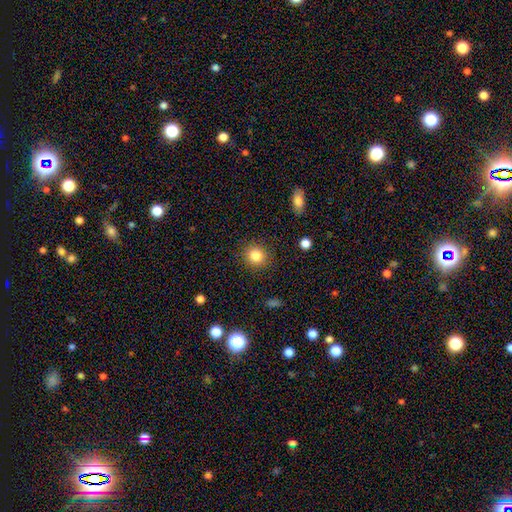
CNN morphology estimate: smooth-or-featured: smooth: 84% | star or artifact: 11% | featured or disk: 6%
  how-rounded: round: 87% | in between: 12% | cigar-shaped: 1%
  merging: none: 89% | minor disturbance: 7% | major disturbance: 3% | merger: 1%